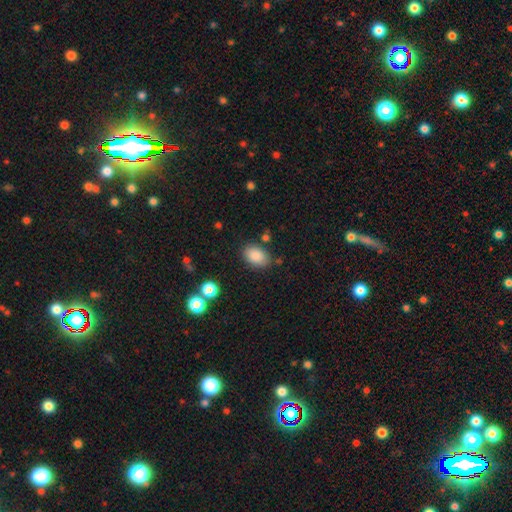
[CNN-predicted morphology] The model was most divided on "merging": none: 79%, minor disturbance: 13%, major disturbance: 4%, merger: 4%. More confident: smooth or featured — smooth (87%); how rounded — in between (85%).